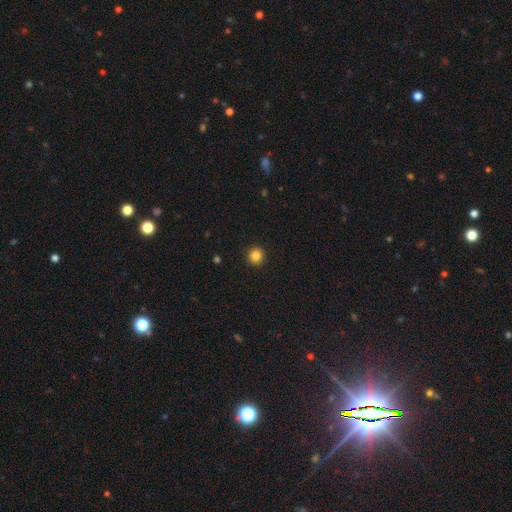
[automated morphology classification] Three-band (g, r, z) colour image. It shows a smooth galaxy with no disk features (85%) that is round (91%). Merging: none (93%).